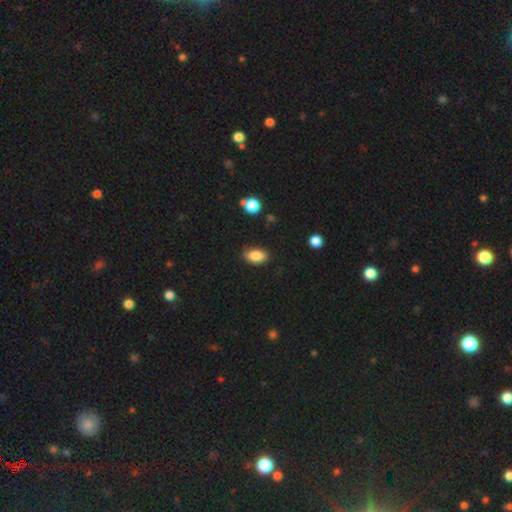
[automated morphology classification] A smooth galaxy with no disk features (86%) that is in between round and cigar-shaped (91%).

Vote fractions:
- Smooth or featured? smooth: 86% / star or artifact: 8% / featured or disk: 6%
- How rounded? in between: 91% / round: 7% / cigar-shaped: 3%
- Merging? none: 86% / minor disturbance: 11% / major disturbance: 2% / merger: 1%